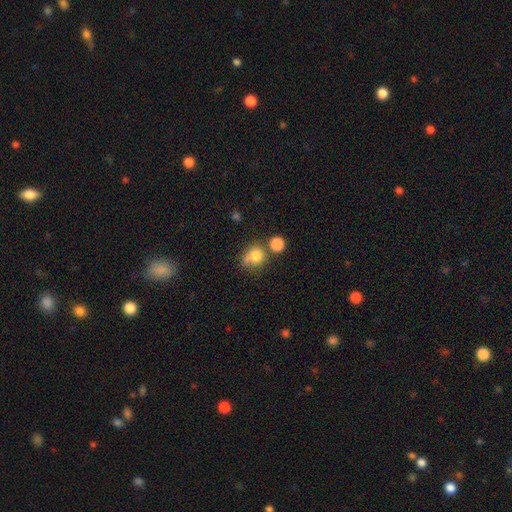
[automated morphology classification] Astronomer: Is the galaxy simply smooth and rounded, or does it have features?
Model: smooth — 80%.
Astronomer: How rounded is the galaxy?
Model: round — 70%.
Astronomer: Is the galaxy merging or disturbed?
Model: none — 41% (runner-up: merger, 29%).